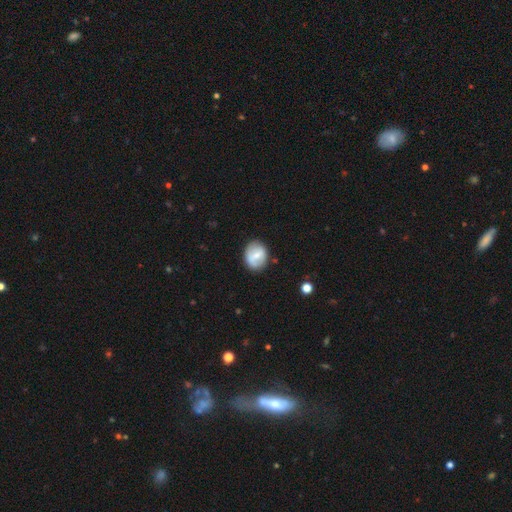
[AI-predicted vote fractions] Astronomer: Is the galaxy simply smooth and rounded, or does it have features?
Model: smooth — 56% (runner-up: featured or disk, 36%).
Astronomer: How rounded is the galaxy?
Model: round — 54% (runner-up: in between, 45%).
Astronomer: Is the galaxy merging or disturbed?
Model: none — 80%.